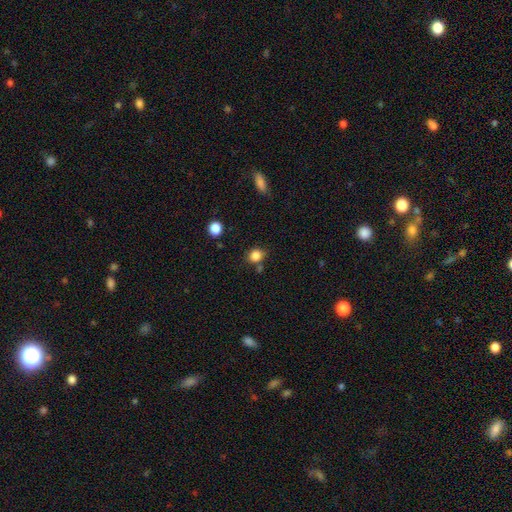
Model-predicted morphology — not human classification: A smooth galaxy with no disk features (84%) that is round (67%).

Vote fractions:
- Smooth or featured? smooth: 84% / star or artifact: 12% / featured or disk: 4%
- How rounded? round: 67% / in between: 32% / cigar-shaped: 1%
- Merging? none: 72% / minor disturbance: 15% / merger: 9% / major disturbance: 4%